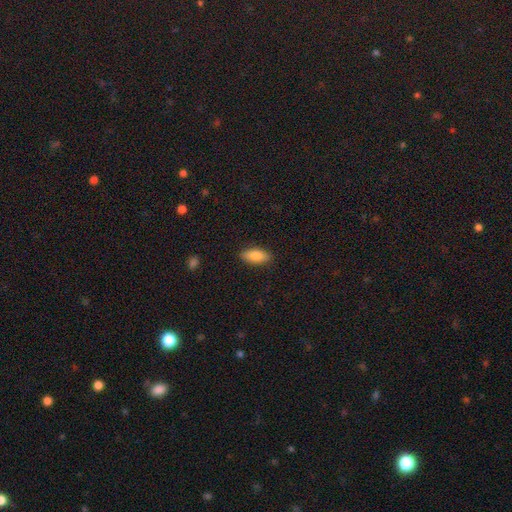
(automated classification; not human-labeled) smooth 81%, featured or disk 12%, star or artifact 7%. Down the decision tree: how rounded — in between (80%); merging — none (88%).